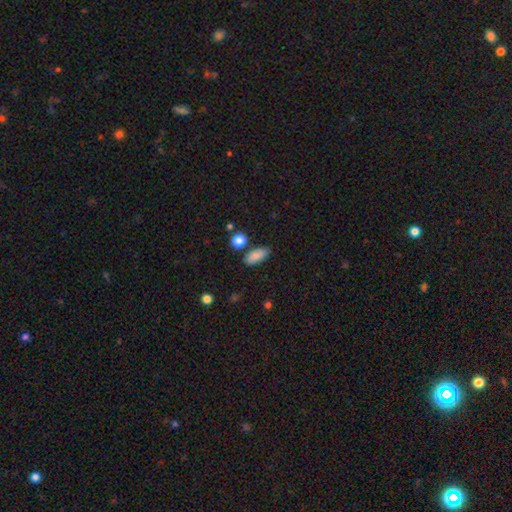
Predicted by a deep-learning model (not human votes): Smooth or featured? smooth (83%)
How rounded? in between (85%)
Merging? none (74%)